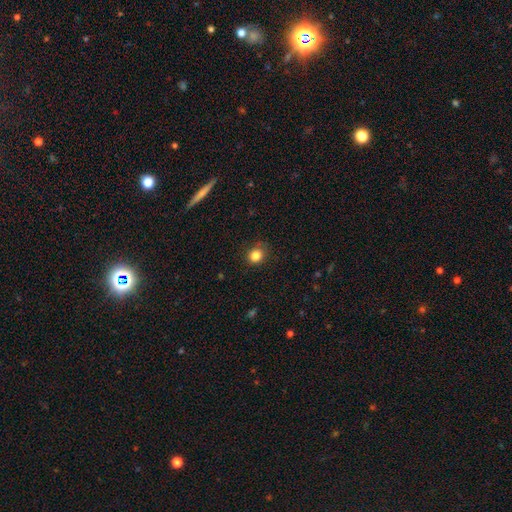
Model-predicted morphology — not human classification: Smooth or featured? smooth (84%)
How rounded? round (78%)
Merging? none (81%)